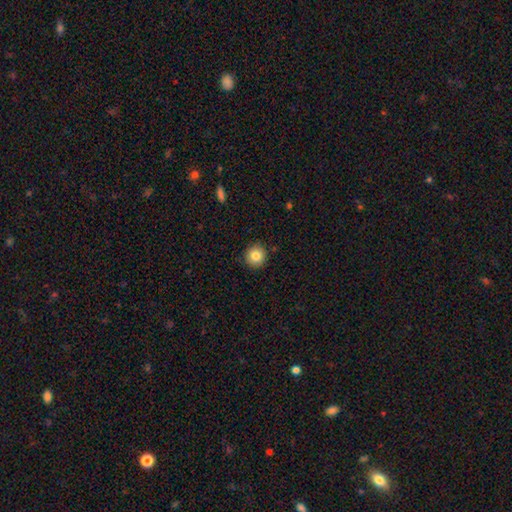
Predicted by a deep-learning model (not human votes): Smooth or featured? Predicted: smooth (p=0.84). How rounded? Predicted: round (p=0.94). Merging? Predicted: none (p=0.90).